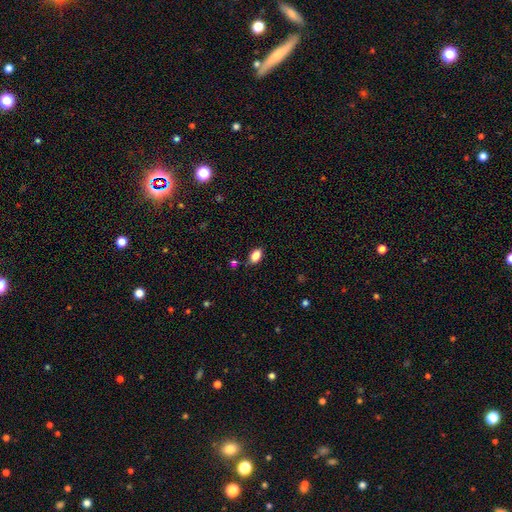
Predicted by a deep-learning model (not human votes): Overall: smooth (85%). How rounded: in between (89%). Merging: none (81%).